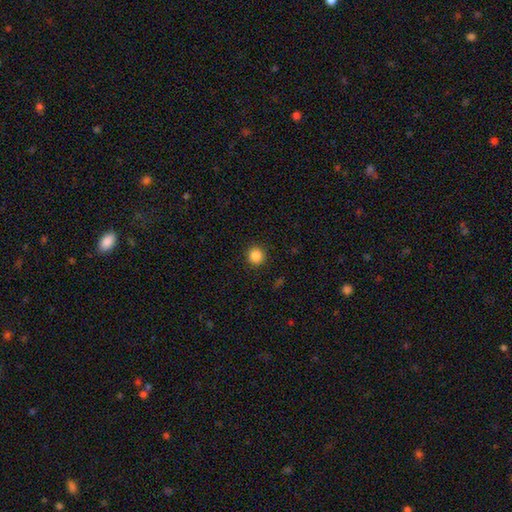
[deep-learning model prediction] The model was most divided on "smooth or featured": smooth: 86%, star or artifact: 11%, featured or disk: 3%. More confident: how rounded — round (94%); merging — none (92%).